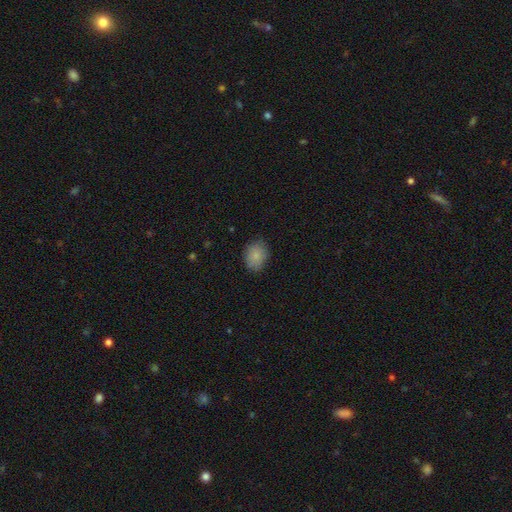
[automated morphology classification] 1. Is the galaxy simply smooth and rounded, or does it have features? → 86% smooth, 8% star or artifact, 6% featured or disk.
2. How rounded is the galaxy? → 65% in between, 34% round, 1% cigar-shaped.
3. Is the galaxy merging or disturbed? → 83% none, 13% minor disturbance, 3% major disturbance, 1% merger.